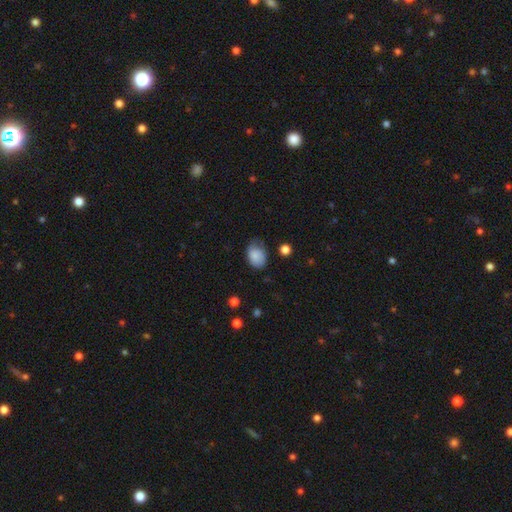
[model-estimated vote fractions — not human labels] smooth 83%, featured or disk 9%, star or artifact 8%. Down the decision tree: how rounded — in between (72%); merging — none (51%).